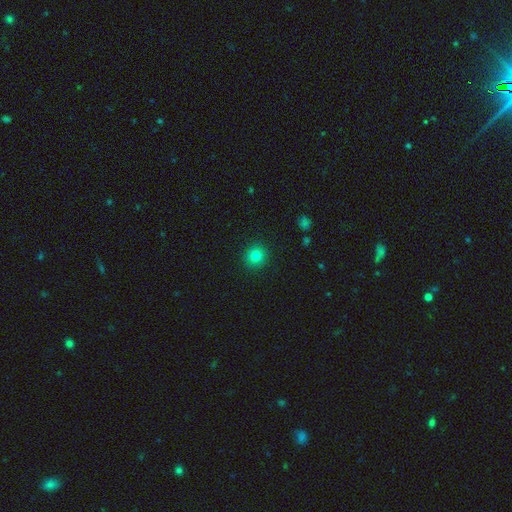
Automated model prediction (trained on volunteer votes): smooth-or-featured: smooth: 81% | star or artifact: 13% | featured or disk: 6%
  how-rounded: round: 90% | in between: 9% | cigar-shaped: 1%
  merging: none: 92% | minor disturbance: 6% | major disturbance: 2% | merger: 1%